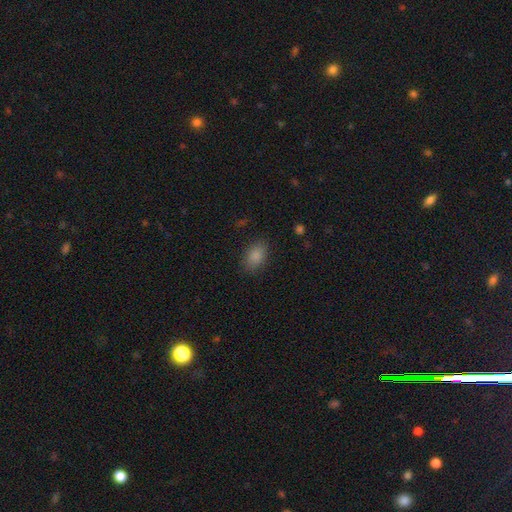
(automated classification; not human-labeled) A smooth galaxy with no disk features (86%) that is in between round and cigar-shaped (86%).

Vote fractions:
- Smooth or featured? smooth: 86% / star or artifact: 9% / featured or disk: 5%
- How rounded? in between: 86% / round: 12% / cigar-shaped: 2%
- Merging? none: 84% / minor disturbance: 12% / major disturbance: 4% / merger: 1%